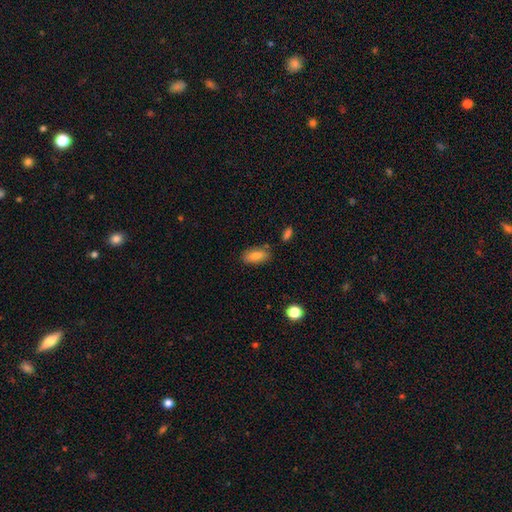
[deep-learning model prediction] Q: Smooth or featured?
A: smooth (80%); runner-up: featured or disk (12%)
Q: How rounded?
A: in between (86%); runner-up: cigar-shaped (11%)
Q: Merging?
A: none (79%); runner-up: minor disturbance (13%)